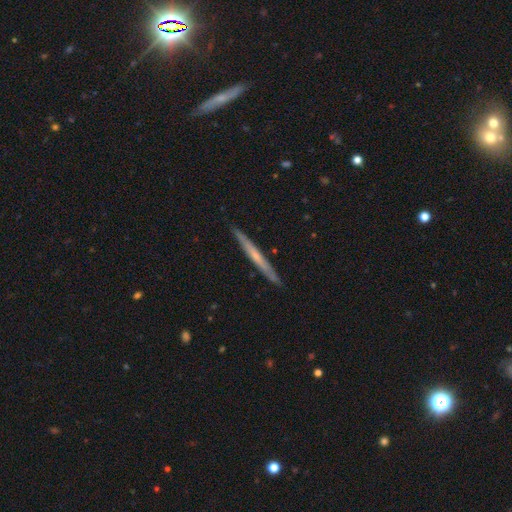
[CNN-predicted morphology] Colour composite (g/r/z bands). It shows a featured or disk galaxy (54%) viewed edge-on (96%) with no central bulge (73%). Merging: none (90%).